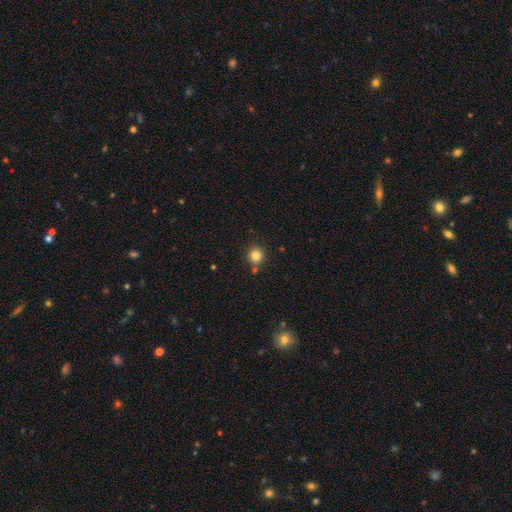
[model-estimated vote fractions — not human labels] Morphology: type=smooth (83%); roundness=round (90%); merging=none (80%).